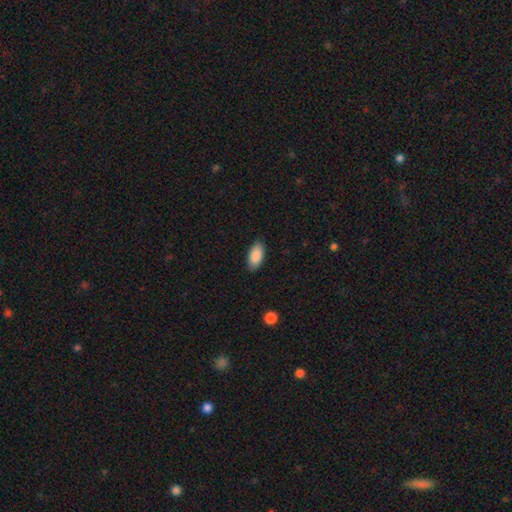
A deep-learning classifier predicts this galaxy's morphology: Smooth or featured: smooth — 89% (star or artifact — 6%)
How rounded: in between — 93% (cigar-shaped — 4%)
Merging: none — 86% (minor disturbance — 11%)